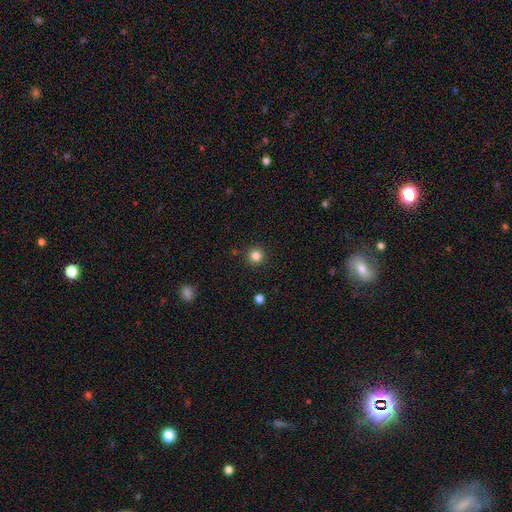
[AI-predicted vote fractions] Q: Smooth or featured?
A: smooth (83%); runner-up: star or artifact (13%)
Q: How rounded?
A: round (95%); runner-up: in between (4%)
Q: Merging?
A: none (90%); runner-up: minor disturbance (6%)